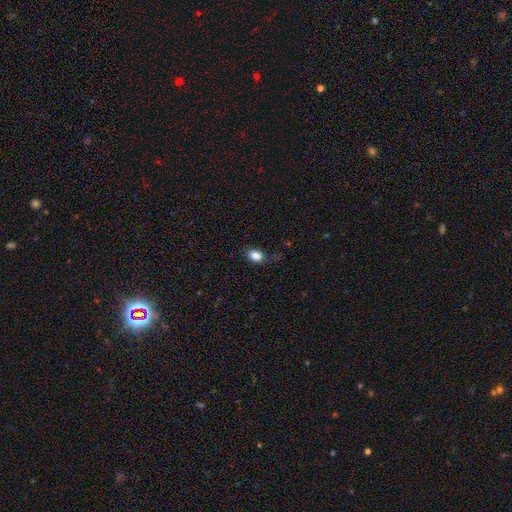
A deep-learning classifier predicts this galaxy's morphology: Q: Smooth or featured?
A: smooth (85%); runner-up: star or artifact (9%)
Q: How rounded?
A: in between (78%); runner-up: round (20%)
Q: Merging?
A: none (60%); runner-up: minor disturbance (24%)